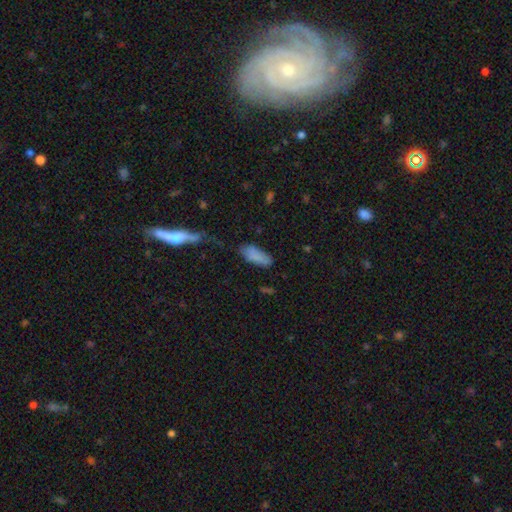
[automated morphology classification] smooth_or_featured: smooth (p=0.83) [alt: featured or disk p=0.09]
how_rounded: in between (p=0.75) [alt: cigar-shaped p=0.23]
merging: none (p=0.58) [alt: minor disturbance p=0.27]